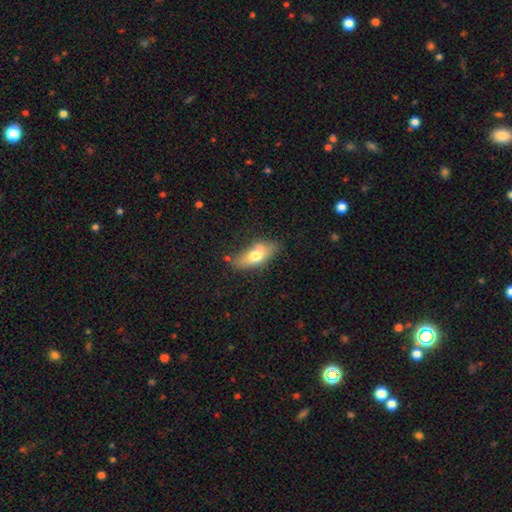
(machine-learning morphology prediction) smooth 67%, featured or disk 25%, star or artifact 7%. Down the decision tree: how rounded — in between (80%); merging — none (54%).